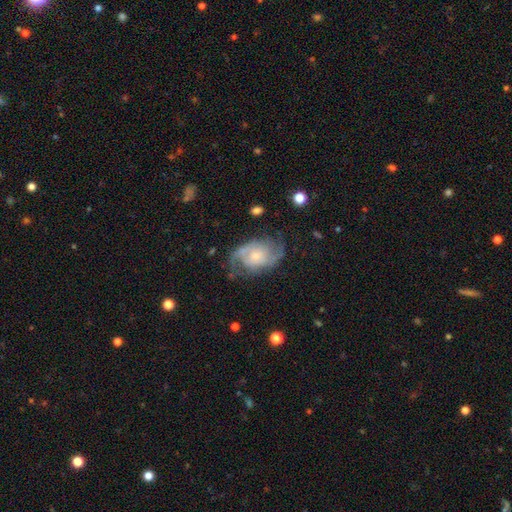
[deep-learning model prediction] A featured or disk galaxy (84%) with no bar (65%), 2 (78%) medium (49%) spiral arms (95%) and a small central bulge (62%).

Vote fractions:
- Smooth or featured? featured or disk: 84% / smooth: 10% / star or artifact: 6%
- Edge-on disk? no: 97% / yes: 3%
- Bar? no: 65% / weak: 29% / strong: 6%
- Spiral arms? yes: 95% / no: 5%
- Spiral winding? medium: 49% / loose: 26% / tight: 25%
- Spiral arm count? 2: 78% / can't tell: 9% / 3: 6% / 1: 3% / 4: 2% / more than 4: 2%
- Bulge size? small: 62% / moderate: 30% / large: 3% / none: 3% / dominant: 1%
- Merging? none: 68% / minor disturbance: 19% / major disturbance: 11% / merger: 2%